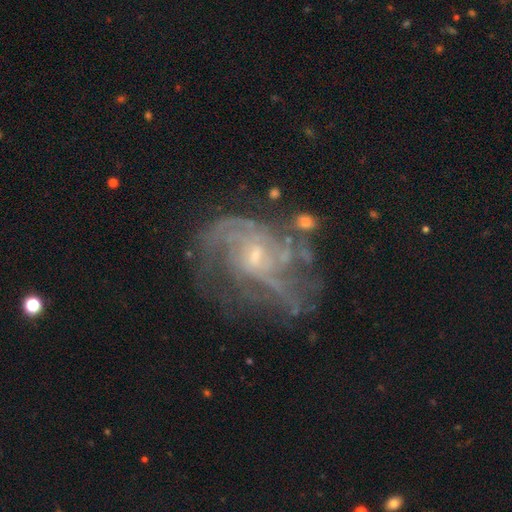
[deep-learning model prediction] featured or disk 84%, star or artifact 8%, smooth 8%. Down the decision tree: edge-on disk — no (97%); bar — no (57%); spiral arms — yes (87%); spiral arm count — can't tell (39%); spiral winding — medium (42%); bulge size — small (64%); merging — none (48%).